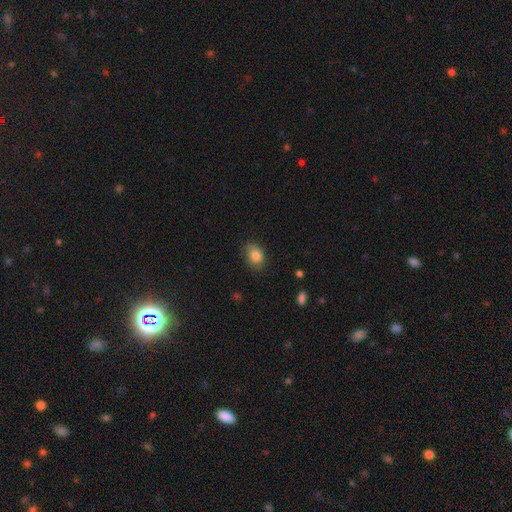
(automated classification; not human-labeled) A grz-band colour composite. It shows a smooth galaxy with no disk features (84%) that is in between round and cigar-shaped (69%). Merging: none (78%).